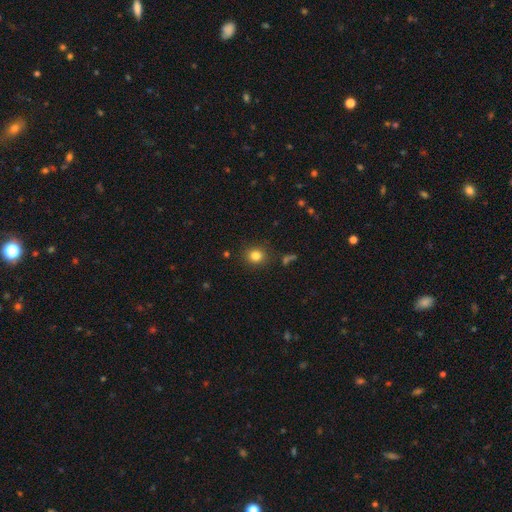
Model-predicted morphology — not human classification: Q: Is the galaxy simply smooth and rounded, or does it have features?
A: smooth — 82%.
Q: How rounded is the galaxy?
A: round — 82%.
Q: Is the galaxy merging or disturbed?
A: none — 87%.